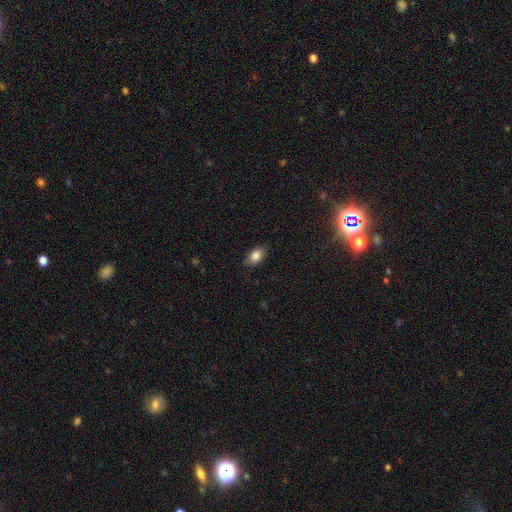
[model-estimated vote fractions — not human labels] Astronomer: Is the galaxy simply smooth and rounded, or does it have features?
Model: smooth — 84%.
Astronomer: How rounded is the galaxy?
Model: in between — 86%.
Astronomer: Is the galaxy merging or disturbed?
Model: none — 83%.